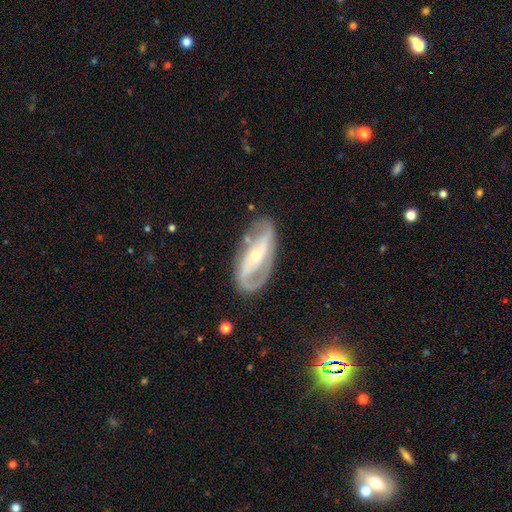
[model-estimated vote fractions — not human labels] This is clearly a featured or disk galaxy (85%). It is clearly not viewed edge-on (93%). Bar: marginally strong (37%). Spiral arm pattern: clearly yes (88%). Spiral arm count: clearly 2 (81%). Spiral winding: marginally medium (42%). Central bulge: likely small (60%). Merging: likely none (74%).